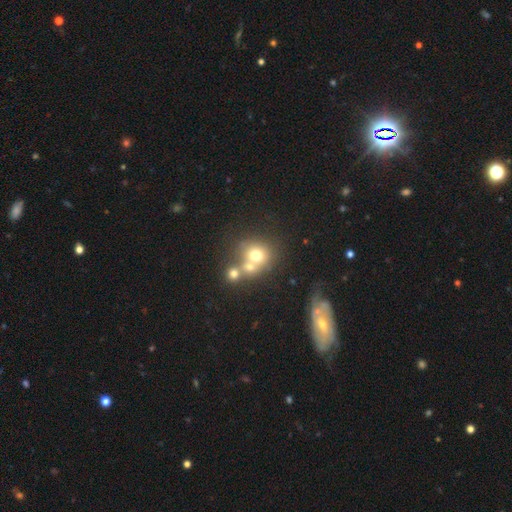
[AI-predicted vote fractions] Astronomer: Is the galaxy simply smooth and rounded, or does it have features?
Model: smooth — 66%.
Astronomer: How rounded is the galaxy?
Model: round — 77%.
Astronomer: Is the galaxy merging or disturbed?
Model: merger — 50% (runner-up: none, 37%).